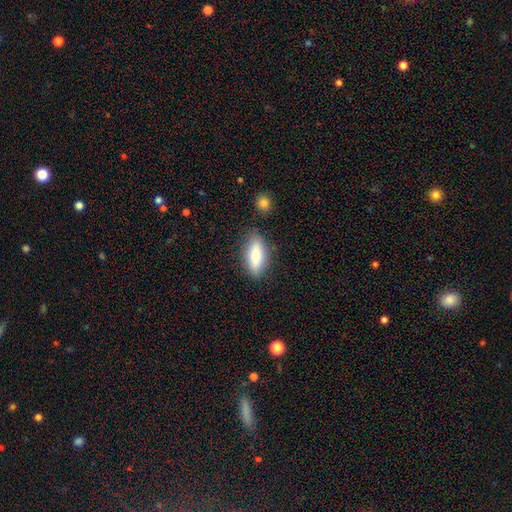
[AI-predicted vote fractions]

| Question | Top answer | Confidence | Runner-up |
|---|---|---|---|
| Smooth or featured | smooth | 80% | featured or disk (14%) |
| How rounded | in between | 68% | cigar-shaped (30%) |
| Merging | none | 80% | minor disturbance (13%) |